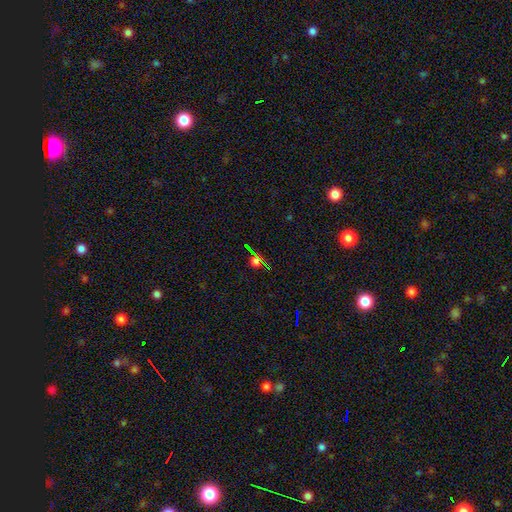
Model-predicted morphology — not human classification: smooth-or-featured: star or artifact: 67% | smooth: 20% | featured or disk: 13%